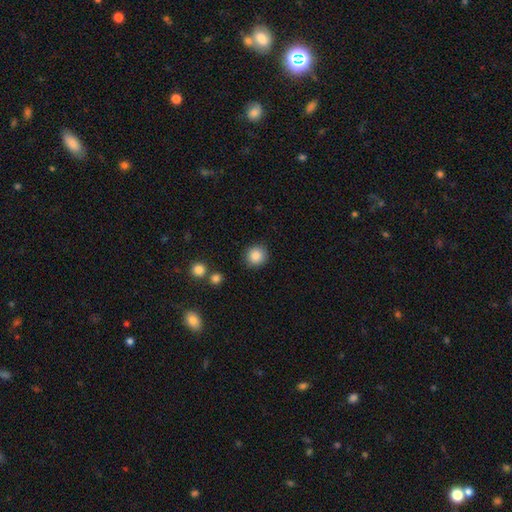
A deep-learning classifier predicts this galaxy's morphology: Smooth or featured? smooth (87%)
How rounded? round (92%)
Merging? none (88%)